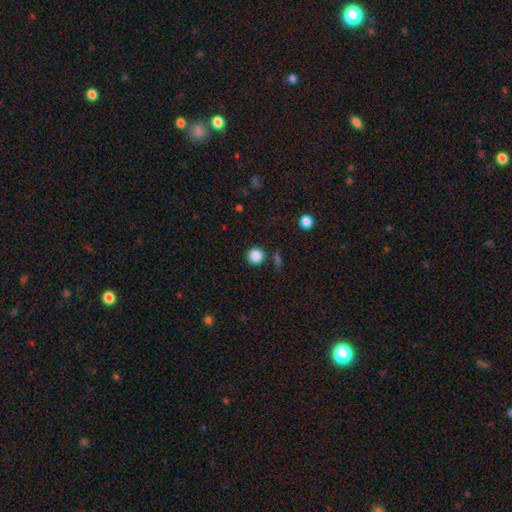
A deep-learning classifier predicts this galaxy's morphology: This appears to be a smooth galaxy with no disk features (86%) that is round (95%). Merging: none (88%).